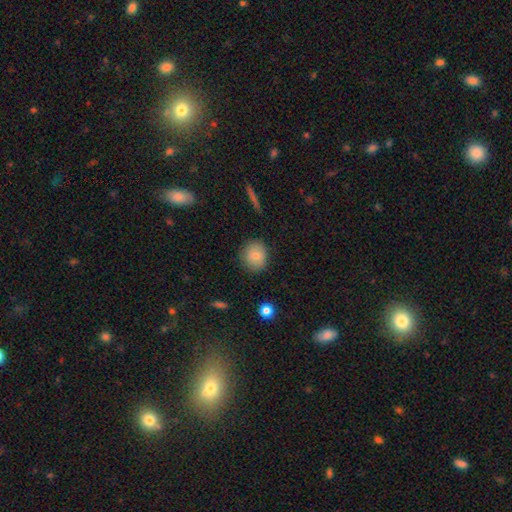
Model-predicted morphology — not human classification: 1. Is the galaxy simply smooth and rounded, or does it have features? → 79% smooth, 12% featured or disk, 9% star or artifact.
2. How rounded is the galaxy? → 75% round, 24% in between, 1% cigar-shaped.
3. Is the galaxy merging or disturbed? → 84% none, 12% minor disturbance, 3% major disturbance, 1% merger.